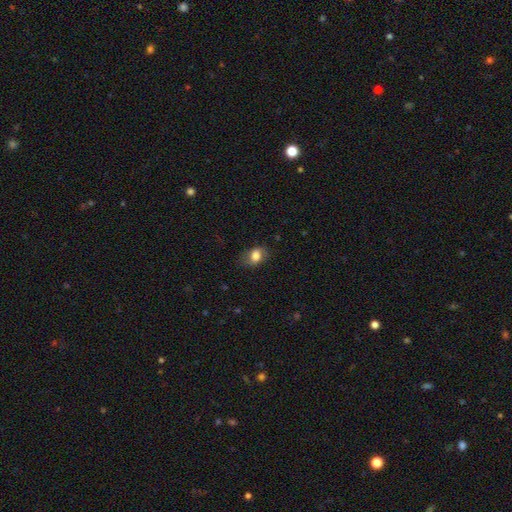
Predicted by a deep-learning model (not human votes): A smooth galaxy with no disk features (77%) that is in between round and cigar-shaped (80%).

Vote fractions:
- Smooth or featured? smooth: 77% / featured or disk: 14% / star or artifact: 8%
- How rounded? in between: 80% / round: 18% / cigar-shaped: 2%
- Merging? none: 70% / minor disturbance: 21% / major disturbance: 8% / merger: 1%